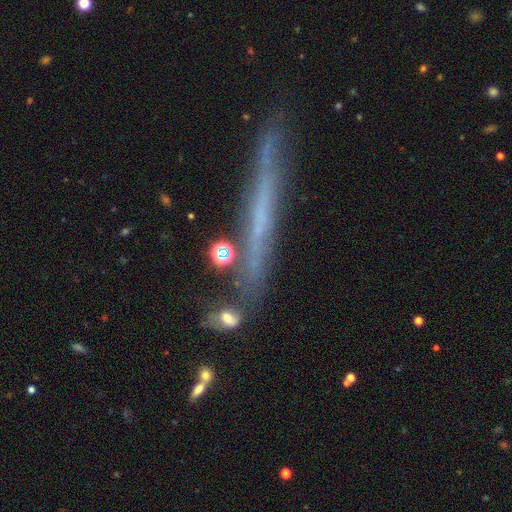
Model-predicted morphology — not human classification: The model was most divided on "smooth or featured": featured or disk: 57%, smooth: 34%, star or artifact: 9%. More confident: edge-on disk — yes (92%); edge-on bulge — none (87%); merging — none (78%).